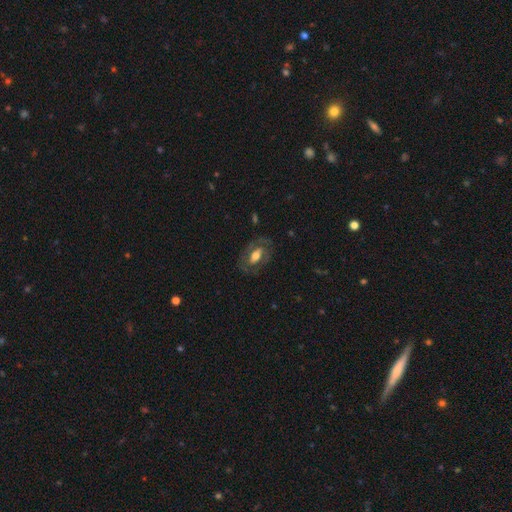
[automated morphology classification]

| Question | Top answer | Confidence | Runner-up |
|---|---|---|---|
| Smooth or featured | featured or disk | 52% | smooth (41%) |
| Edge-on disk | no | 91% | yes (9%) |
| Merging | none | 71% | minor disturbance (17%) |